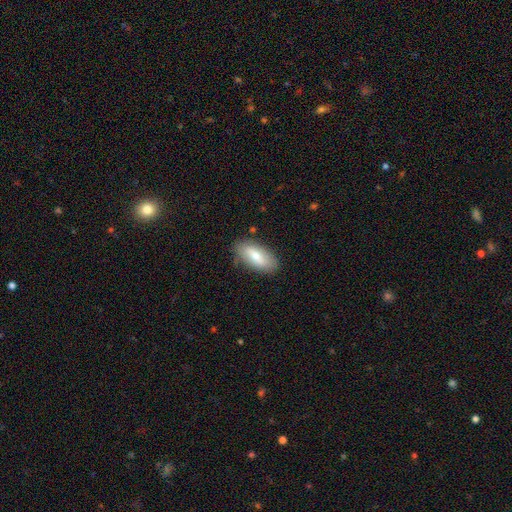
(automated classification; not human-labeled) This is likely a smooth galaxy (67%). How rounded: clearly in between (88%). Merging: clearly none (82%).